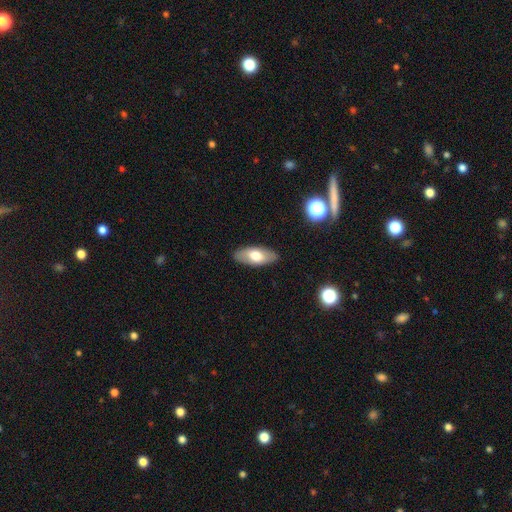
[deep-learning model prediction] Smooth or featured? Predicted: smooth (p=0.66). How rounded? Predicted: in between (p=0.87). Merging? Predicted: none (p=0.88).